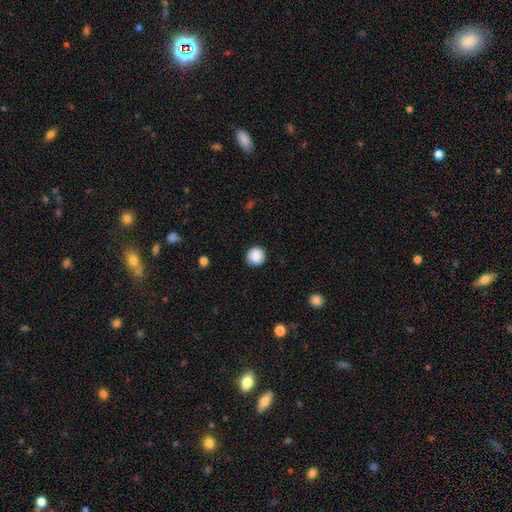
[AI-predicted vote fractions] Smooth or featured? Predicted: smooth (p=0.89). How rounded? Predicted: round (p=0.94). Merging? Predicted: none (p=0.90).